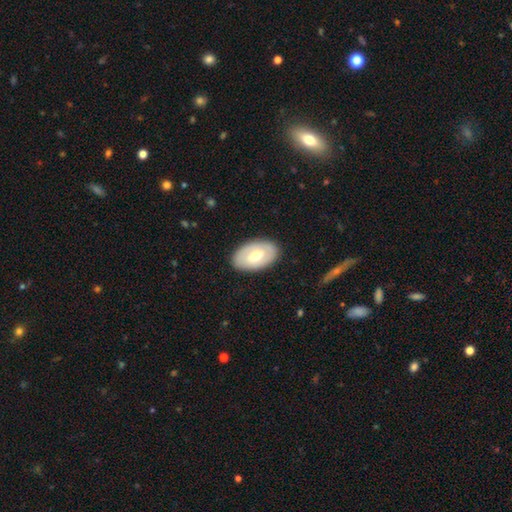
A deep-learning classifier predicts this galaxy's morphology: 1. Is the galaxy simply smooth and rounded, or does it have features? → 50% smooth, 45% featured or disk, 5% star or artifact.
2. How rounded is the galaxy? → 92% in between, 6% round, 1% cigar-shaped.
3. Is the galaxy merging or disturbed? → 86% none, 10% minor disturbance, 3% major disturbance, 1% merger.